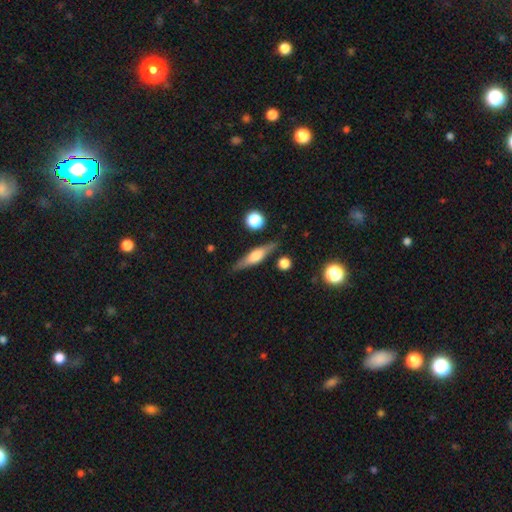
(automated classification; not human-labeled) Smooth or featured: featured or disk — 57% (smooth — 36%)
Edge-on disk: yes — 94% (no — 6%)
Edge-on bulge: rounded — 84% (boxy — 12%)
Merging: none — 83% (minor disturbance — 11%)